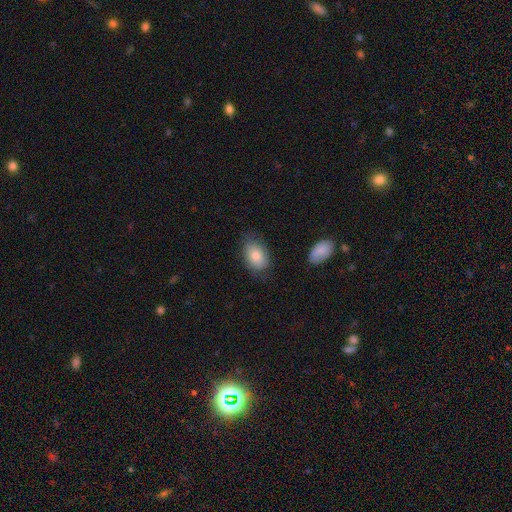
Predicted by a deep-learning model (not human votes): A smooth galaxy with no disk features (81%) that is in between round and cigar-shaped (87%). Merging: none (74%).